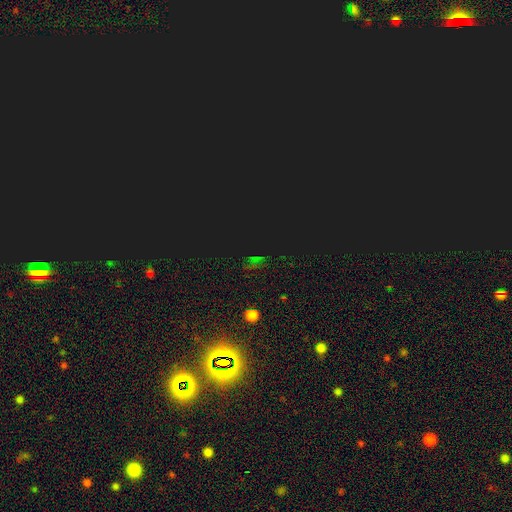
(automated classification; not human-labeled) Smooth or featured: star or artifact — 78% (smooth — 15%)